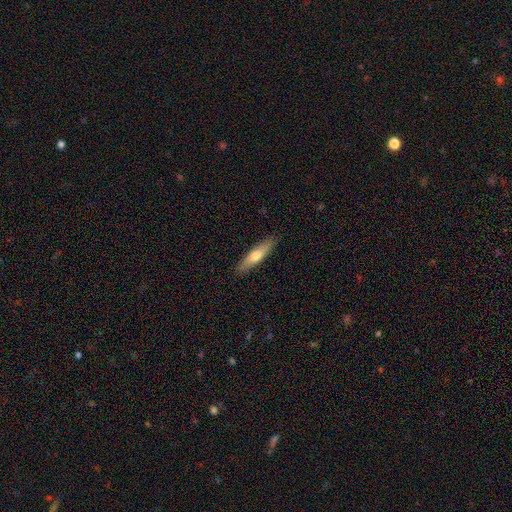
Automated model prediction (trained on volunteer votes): A smooth galaxy with no disk features (57%) that is cigar-shaped (78%).

Vote fractions:
- Smooth or featured? smooth: 57% / featured or disk: 38% / star or artifact: 6%
- How rounded? cigar-shaped: 78% / in between: 21% / round: 2%
- Merging? none: 89% / minor disturbance: 9% / major disturbance: 2% / merger: 1%